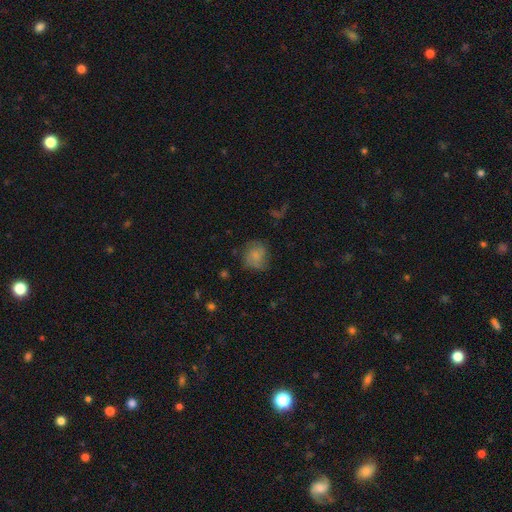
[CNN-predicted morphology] Smooth or featured? smooth (68%)
How rounded? round (73%)
Merging? none (59%)